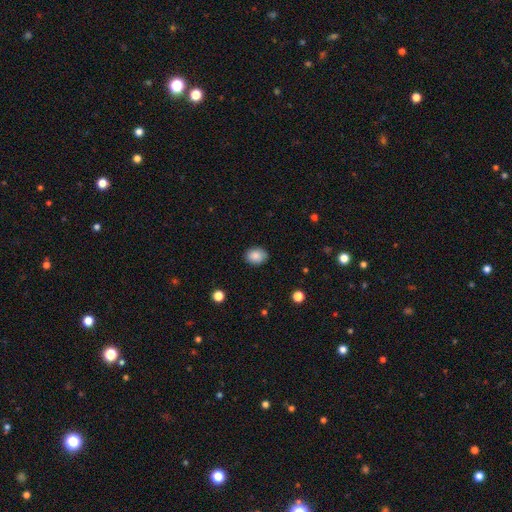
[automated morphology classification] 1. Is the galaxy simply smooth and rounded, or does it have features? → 87% smooth, 8% star or artifact, 5% featured or disk.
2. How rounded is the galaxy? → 63% in between, 36% round, 1% cigar-shaped.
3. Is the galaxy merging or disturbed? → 85% none, 11% minor disturbance, 2% major disturbance, 1% merger.